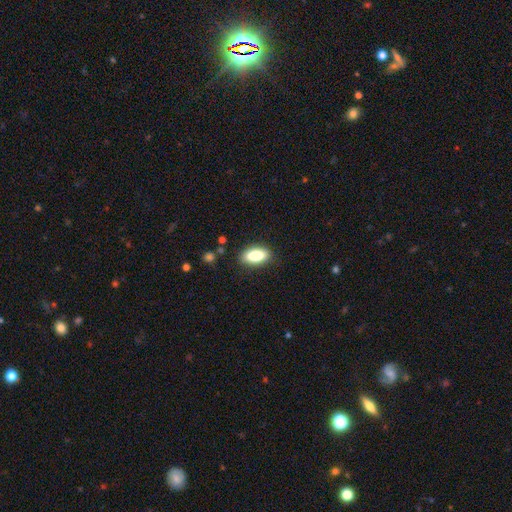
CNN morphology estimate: Q: Smooth or featured?
A: smooth (84%); runner-up: featured or disk (9%)
Q: How rounded?
A: in between (87%); runner-up: cigar-shaped (10%)
Q: Merging?
A: none (85%); runner-up: minor disturbance (10%)